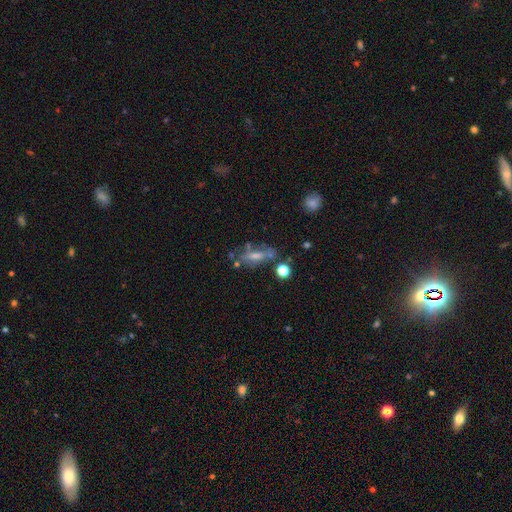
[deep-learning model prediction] Q: Smooth or featured?
A: smooth (43%); tied with: featured or disk (43%)
Q: Merging?
A: none (51%); runner-up: minor disturbance (20%)